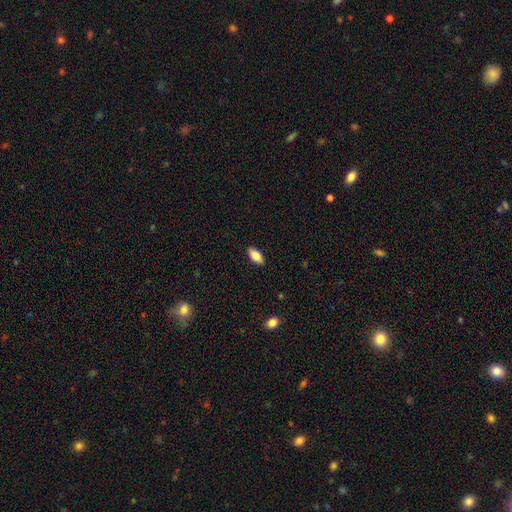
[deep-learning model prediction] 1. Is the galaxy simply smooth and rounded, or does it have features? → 83% smooth, 10% featured or disk, 7% star or artifact.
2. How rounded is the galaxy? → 90% in between, 7% cigar-shaped, 3% round.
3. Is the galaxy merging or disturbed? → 89% none, 8% minor disturbance, 2% major disturbance, 1% merger.